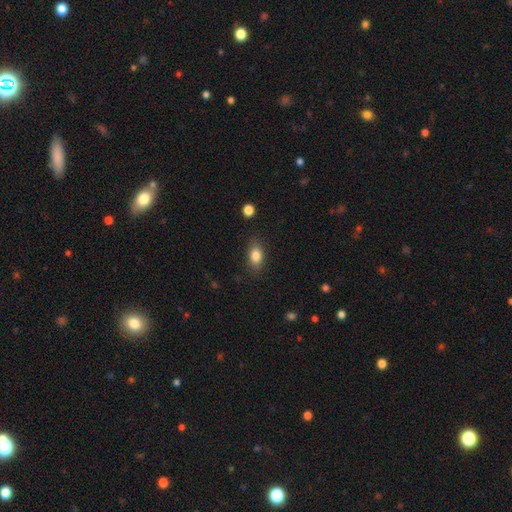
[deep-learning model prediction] smooth-or-featured: smooth: 83% | star or artifact: 8% | featured or disk: 8%
  how-rounded: in between: 84% | round: 12% | cigar-shaped: 4%
  merging: none: 83% | minor disturbance: 12% | major disturbance: 3% | merger: 1%